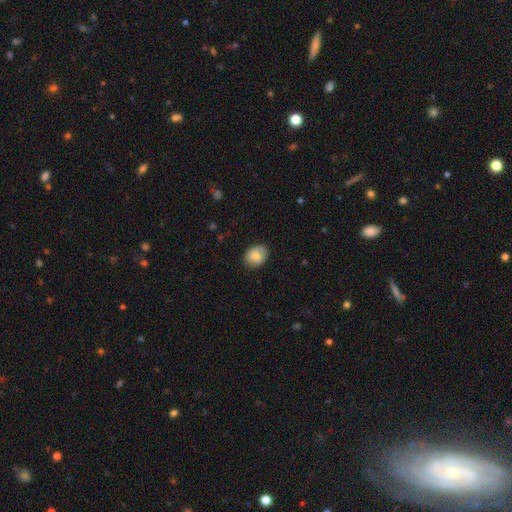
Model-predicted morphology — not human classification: A smooth galaxy with no disk features (81%) that is in between round and cigar-shaped (61%). Merging: none (83%).